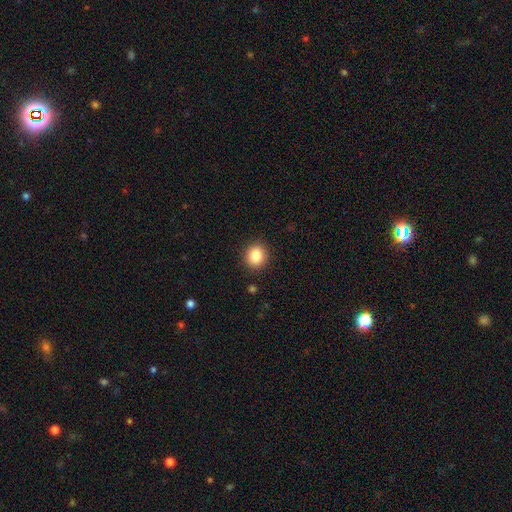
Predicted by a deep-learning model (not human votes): Smooth or featured: smooth — 86% (star or artifact — 9%)
How rounded: round — 78% (in between — 21%)
Merging: none — 90% (minor disturbance — 7%)